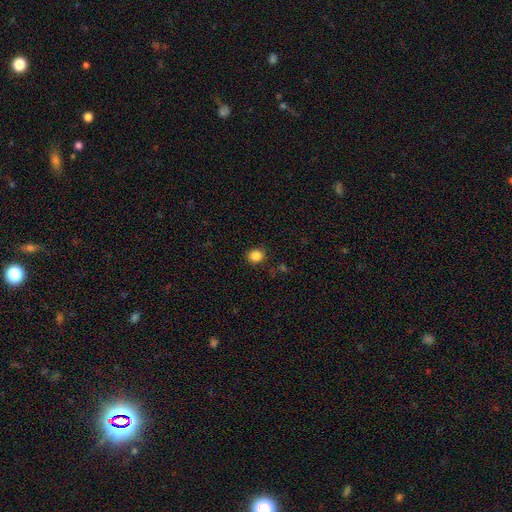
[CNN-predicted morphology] smooth-or-featured: smooth: 85% | star or artifact: 11% | featured or disk: 3%
  how-rounded: round: 82% | in between: 17% | cigar-shaped: 1%
  merging: none: 87% | minor disturbance: 9% | major disturbance: 3% | merger: 2%